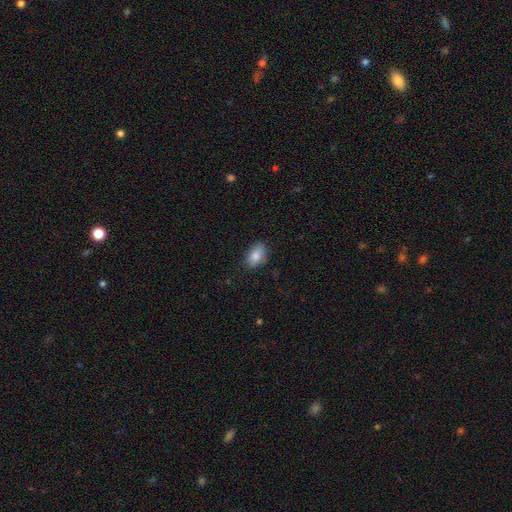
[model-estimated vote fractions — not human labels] Overall: smooth (84%). How rounded: in between (89%). Merging: none (82%).